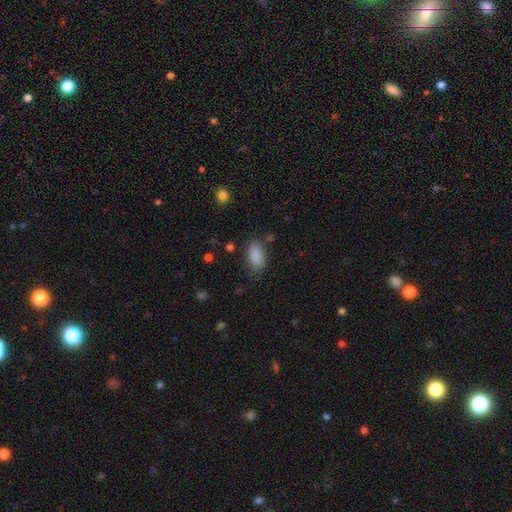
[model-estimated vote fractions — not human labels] A smooth galaxy with no disk features (88%) that is in between round and cigar-shaped (92%).

Vote fractions:
- Smooth or featured? smooth: 88% / star or artifact: 8% / featured or disk: 5%
- How rounded? in between: 92% / cigar-shaped: 4% / round: 4%
- Merging? none: 76% / minor disturbance: 17% / major disturbance: 5% / merger: 3%